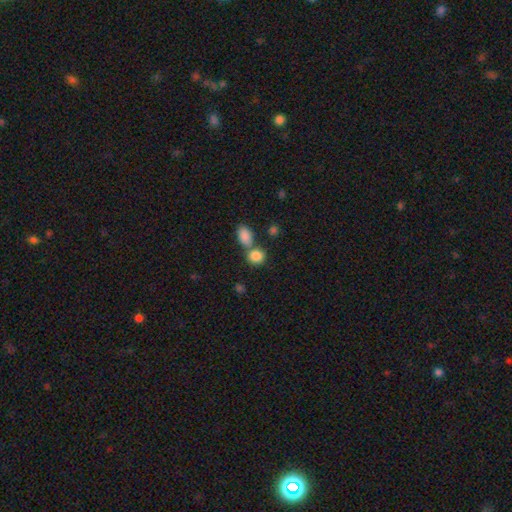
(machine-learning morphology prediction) Smooth or featured? Predicted: smooth (p=0.86). How rounded? Predicted: round (p=0.62). Merging? Predicted: none (p=0.48).